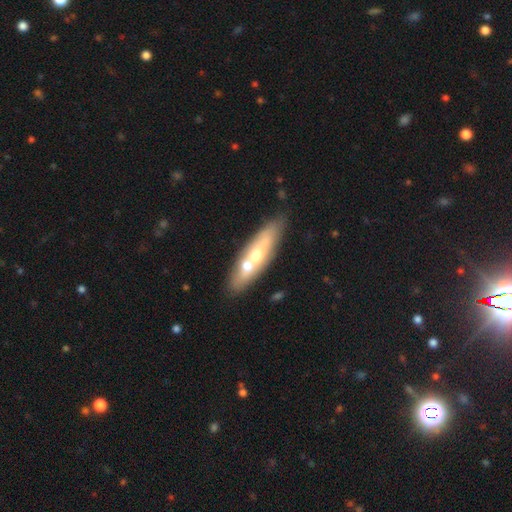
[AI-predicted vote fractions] This is possibly a featured or disk galaxy (48%). Merging: possibly none (57%).